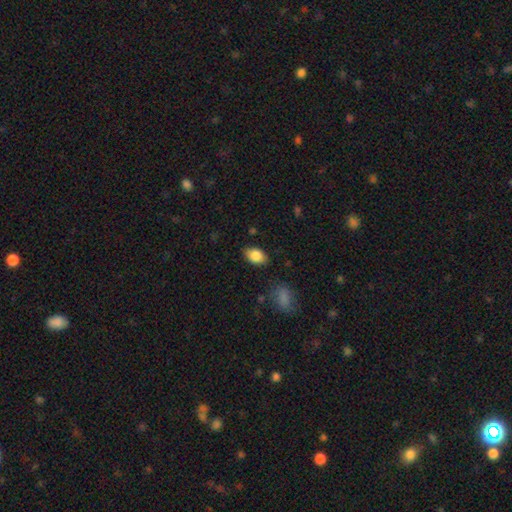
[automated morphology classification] Smooth or featured? Predicted: smooth (p=0.85). How rounded? Predicted: in between (p=0.86). Merging? Predicted: none (p=0.82).